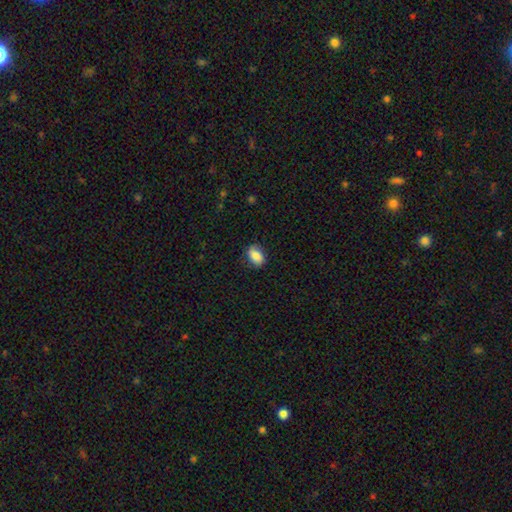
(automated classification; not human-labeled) A smooth galaxy with no disk features (79%) that is in between round and cigar-shaped (83%). Merging: none (75%).